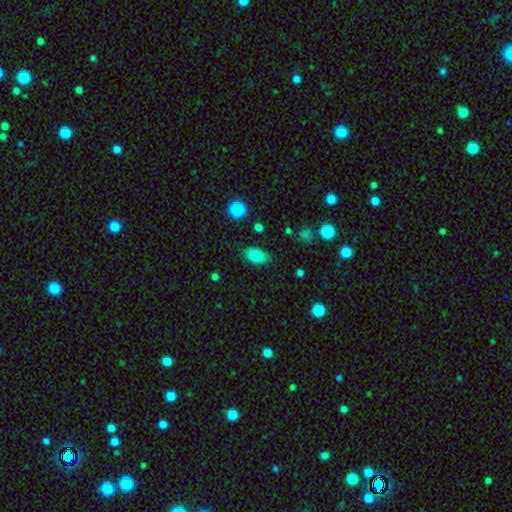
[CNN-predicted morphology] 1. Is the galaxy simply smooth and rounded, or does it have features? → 83% smooth, 9% star or artifact, 8% featured or disk.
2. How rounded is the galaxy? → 89% in between, 8% round, 3% cigar-shaped.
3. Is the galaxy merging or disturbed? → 83% none, 13% minor disturbance, 3% major disturbance, 2% merger.